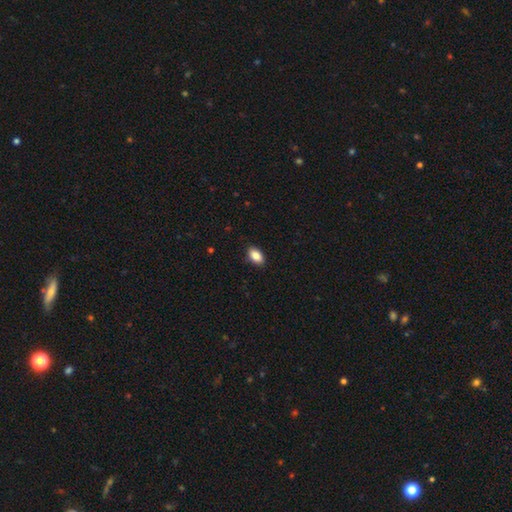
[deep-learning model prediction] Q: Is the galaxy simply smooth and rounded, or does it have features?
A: smooth — 87%.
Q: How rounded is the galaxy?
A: in between — 92%.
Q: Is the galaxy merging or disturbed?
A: none — 89%.